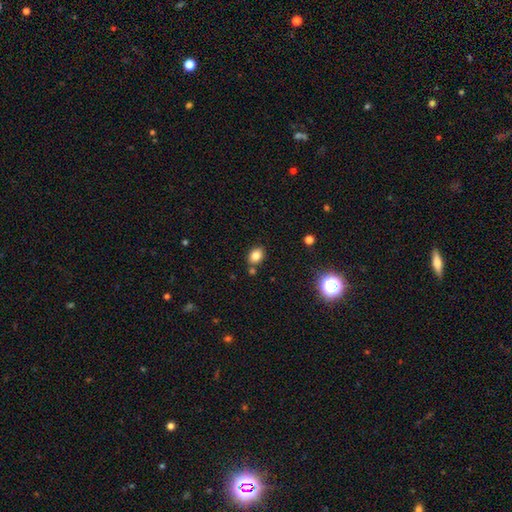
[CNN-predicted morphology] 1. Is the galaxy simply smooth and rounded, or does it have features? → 82% smooth, 12% star or artifact, 6% featured or disk.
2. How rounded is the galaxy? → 60% in between, 39% round, 1% cigar-shaped.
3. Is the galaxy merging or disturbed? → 78% none, 11% minor disturbance, 8% merger, 3% major disturbance.